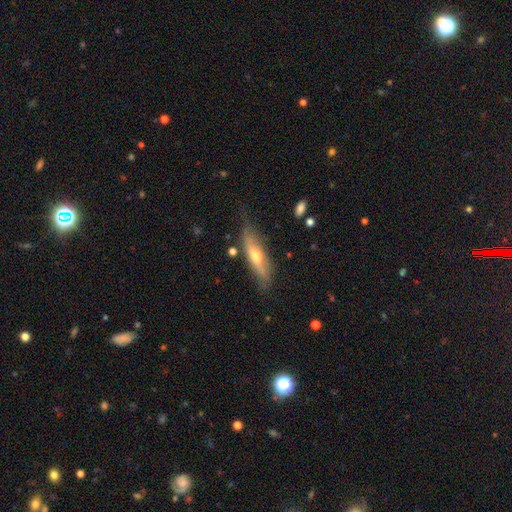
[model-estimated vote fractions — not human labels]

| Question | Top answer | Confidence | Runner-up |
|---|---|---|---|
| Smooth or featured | featured or disk | 52% | smooth (42%) |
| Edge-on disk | yes | 77% | no (23%) |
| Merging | none | 68% | minor disturbance (24%) |